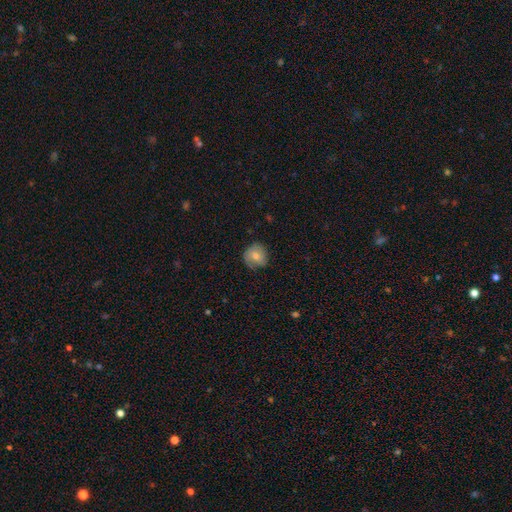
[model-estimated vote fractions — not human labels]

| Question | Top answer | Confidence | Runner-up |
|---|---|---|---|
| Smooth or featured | smooth | 68% | featured or disk (24%) |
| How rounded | round | 88% | in between (11%) |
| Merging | none | 73% | minor disturbance (21%) |